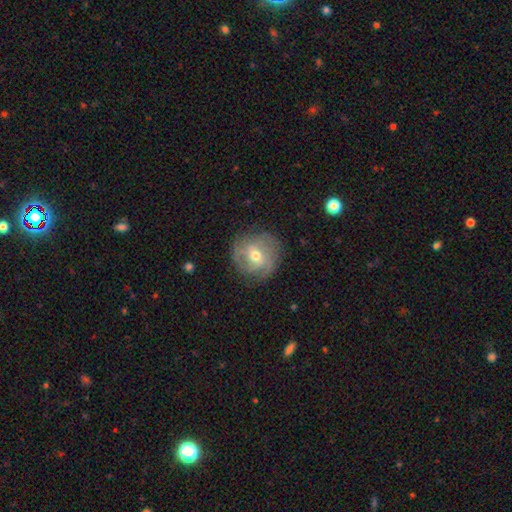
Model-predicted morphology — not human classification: A featured or disk galaxy (68%) with no bar (50%), tight (49%) spiral arms (83%) and a moderate central bulge (67%). Merging: none (79%).